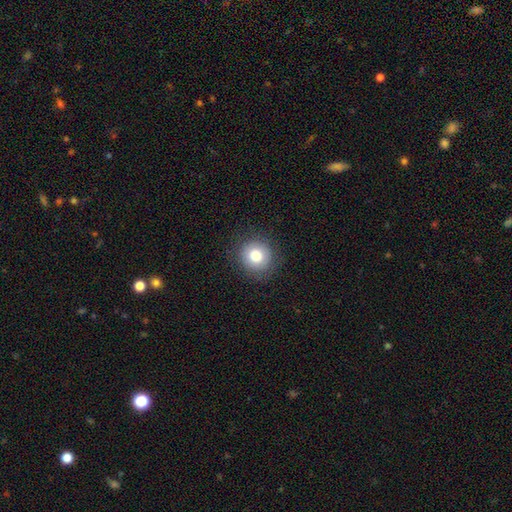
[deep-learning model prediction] Smooth or featured: smooth — 80% (featured or disk — 10%)
How rounded: round — 90% (in between — 9%)
Merging: none — 87% (minor disturbance — 9%)